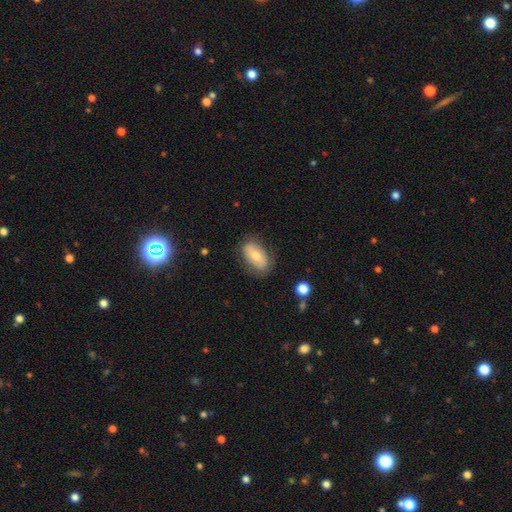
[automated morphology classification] The model was most divided on "smooth or featured": smooth: 66%, featured or disk: 27%, star or artifact: 7%. More confident: how rounded — in between (91%); merging — none (75%).